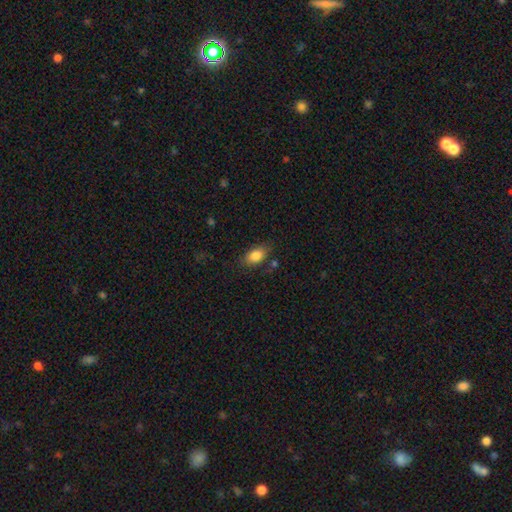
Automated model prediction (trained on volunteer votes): This appears to be a smooth galaxy with no disk features (84%) that is in between round and cigar-shaped (89%). Merging: none (77%).